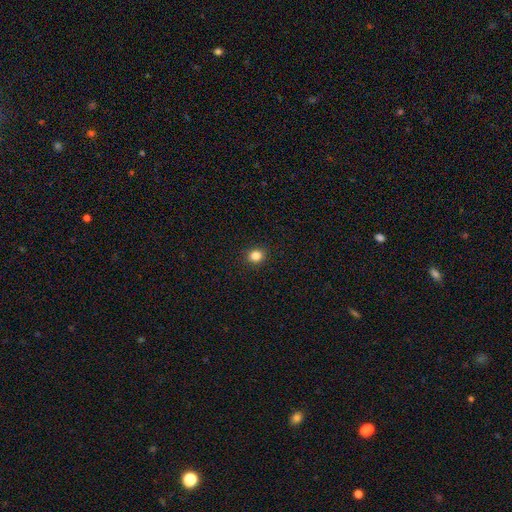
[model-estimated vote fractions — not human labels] Smooth or featured: smooth — 84% (star or artifact — 11%)
How rounded: round — 78% (in between — 22%)
Merging: none — 92% (minor disturbance — 6%)